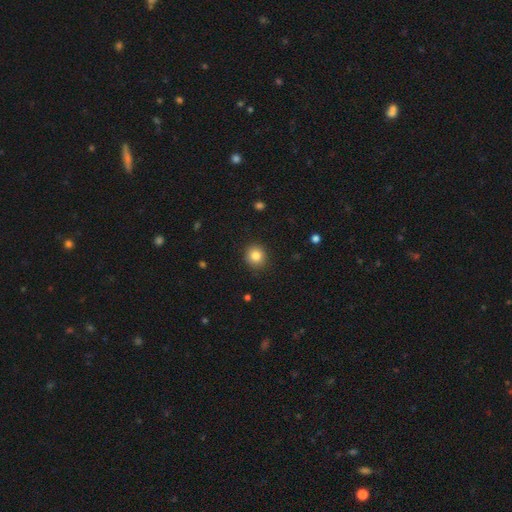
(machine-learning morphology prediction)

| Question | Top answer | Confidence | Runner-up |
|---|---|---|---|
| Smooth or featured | smooth | 84% | star or artifact (10%) |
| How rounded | round | 88% | in between (11%) |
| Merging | none | 90% | minor disturbance (7%) |